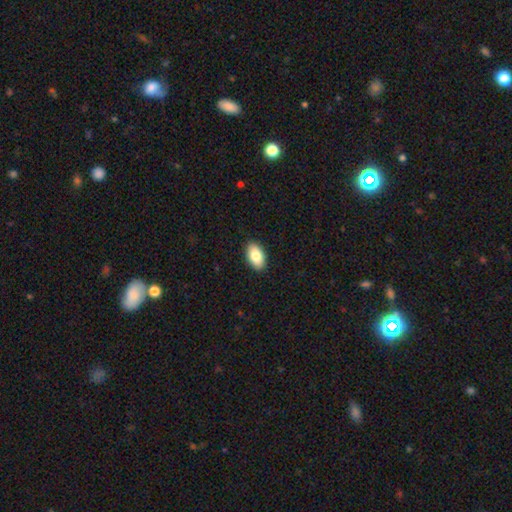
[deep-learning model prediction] Smooth or featured? smooth (83%)
How rounded? in between (94%)
Merging? none (90%)